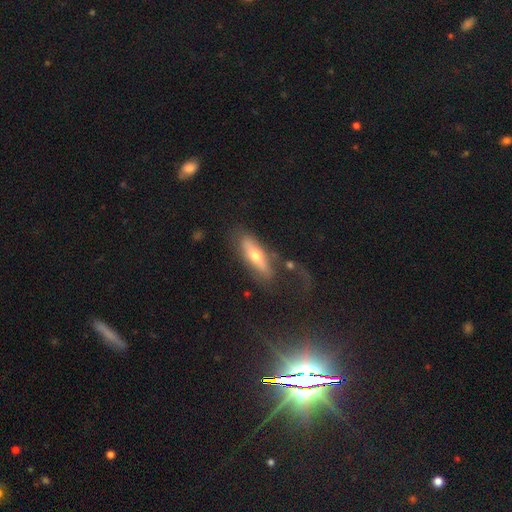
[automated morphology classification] smooth_or_featured: smooth (p=0.51) [alt: featured or disk p=0.43]
how_rounded: in between (p=0.59) [alt: cigar-shaped p=0.38]
merging: none (p=0.52) [alt: minor disturbance p=0.21]